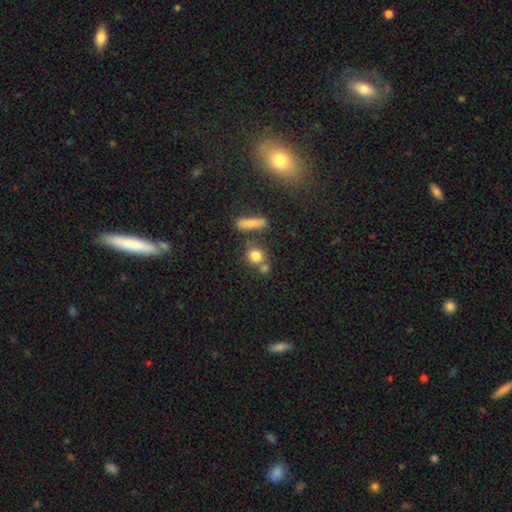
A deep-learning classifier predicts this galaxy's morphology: This is likely a smooth galaxy (78%). How rounded: likely round (77%). Merging: possibly none (57%).